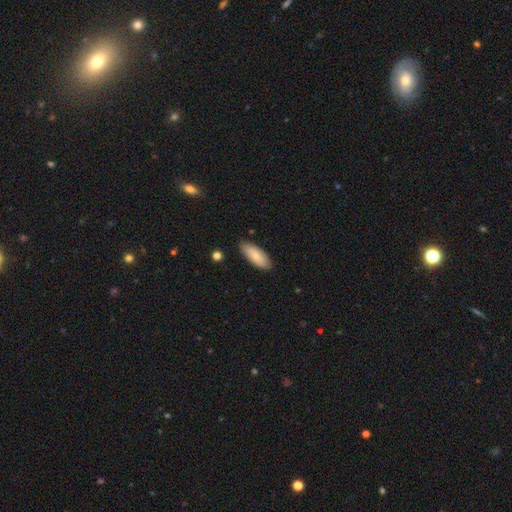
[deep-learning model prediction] Overall: smooth (76%). How rounded: in between (79%). Merging: none (85%).